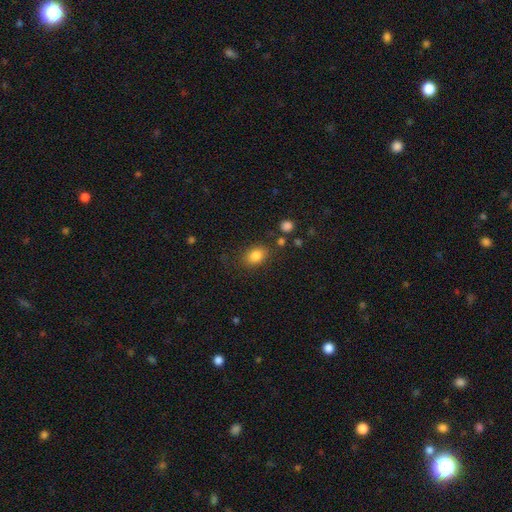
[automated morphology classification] The model was most divided on "how rounded": in between: 67%, round: 32%, cigar-shaped: 1%. More confident: smooth or featured — smooth (84%); merging — none (79%).